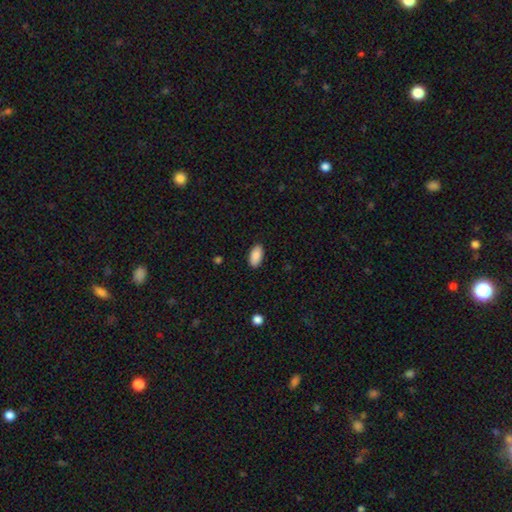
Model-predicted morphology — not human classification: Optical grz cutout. It shows a smooth galaxy with no disk features (90%) that is in between round and cigar-shaped (94%). Merging: none (89%).